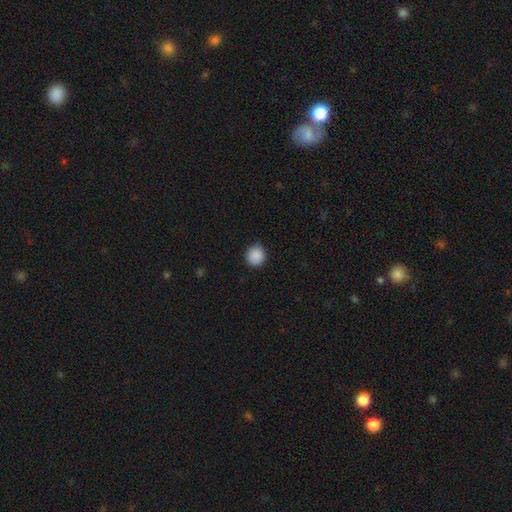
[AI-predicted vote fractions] This appears to be a smooth galaxy with no disk features (89%) that is round (92%). Merging: none (88%).